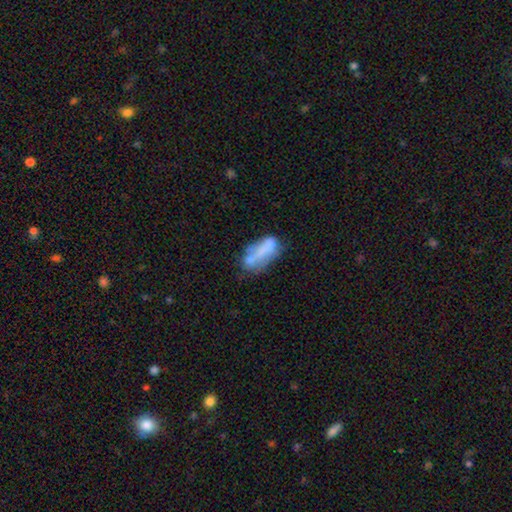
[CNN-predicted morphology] A smooth galaxy with no disk features (61%) that is in between round and cigar-shaped (69%). Merging: none (34%).